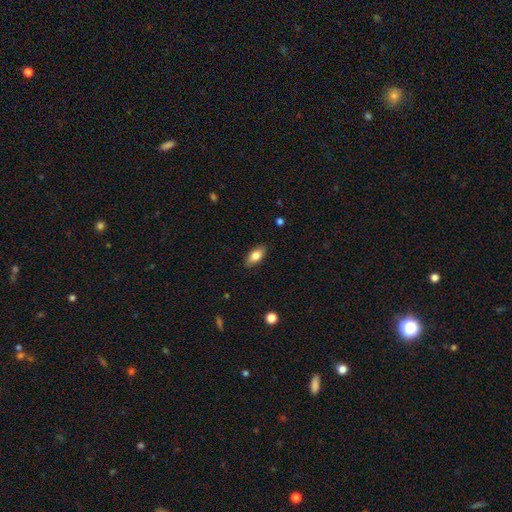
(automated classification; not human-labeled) Morphology: type=smooth (80%); roundness=in between (88%); merging=none (86%).